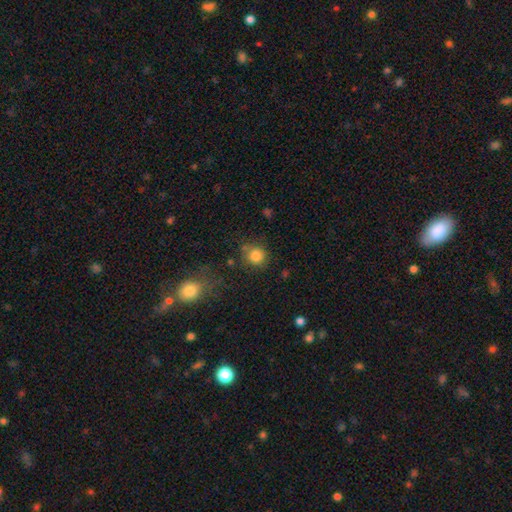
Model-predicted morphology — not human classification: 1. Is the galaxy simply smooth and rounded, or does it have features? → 84% smooth, 11% star or artifact, 5% featured or disk.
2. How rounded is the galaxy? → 88% round, 11% in between, 1% cigar-shaped.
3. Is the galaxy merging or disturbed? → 73% none, 14% minor disturbance, 8% merger, 5% major disturbance.